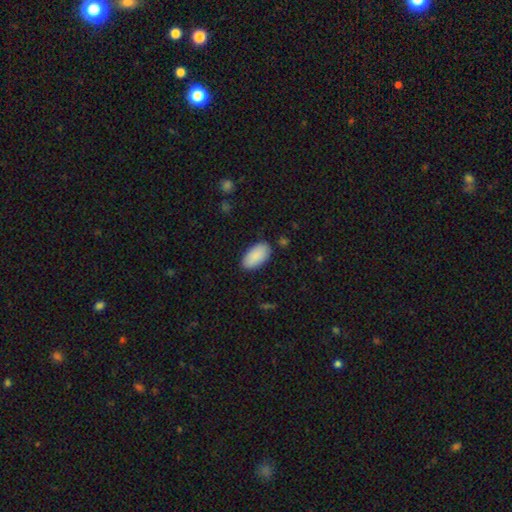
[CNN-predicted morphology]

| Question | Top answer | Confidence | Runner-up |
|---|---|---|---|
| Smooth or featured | smooth | 90% | star or artifact (6%) |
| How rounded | in between | 96% | cigar-shaped (2%) |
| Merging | none | 85% | minor disturbance (11%) |